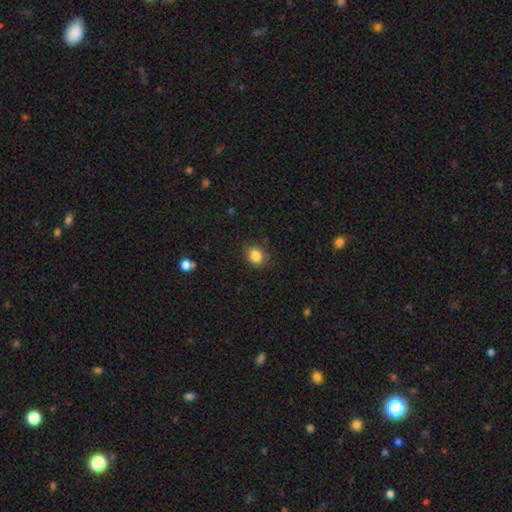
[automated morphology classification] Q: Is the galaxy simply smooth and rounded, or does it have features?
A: smooth — 85%.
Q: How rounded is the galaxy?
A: round — 55%.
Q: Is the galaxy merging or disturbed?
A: none — 82%.